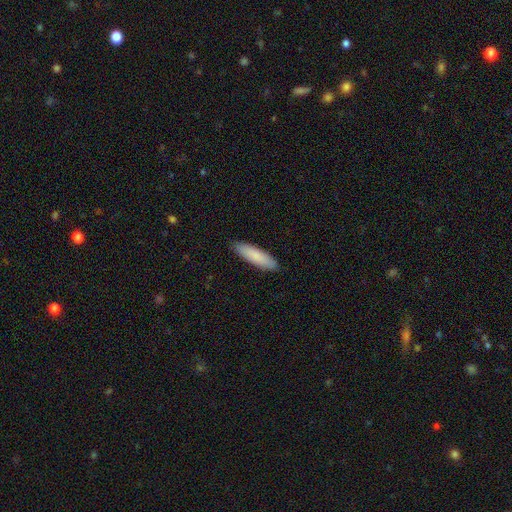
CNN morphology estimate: A smooth galaxy with no disk features (85%) that is cigar-shaped (65%).

Vote fractions:
- Smooth or featured? smooth: 85% / featured or disk: 10% / star or artifact: 5%
- How rounded? cigar-shaped: 65% / in between: 33% / round: 1%
- Merging? none: 90% / minor disturbance: 7% / major disturbance: 1% / merger: 1%